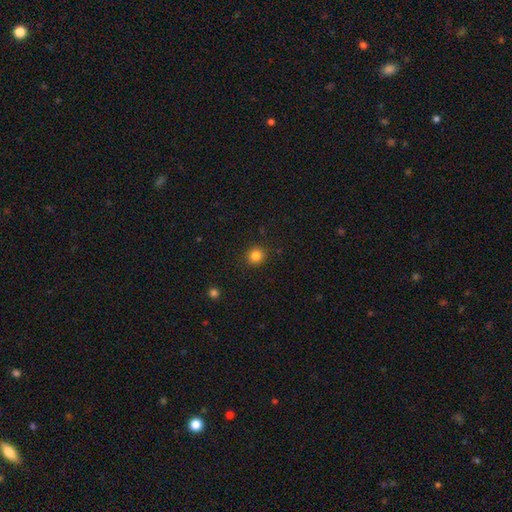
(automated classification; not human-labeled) The model was most divided on "smooth or featured": smooth: 83%, star or artifact: 12%, featured or disk: 5%. More confident: how rounded — round (91%); merging — none (91%).